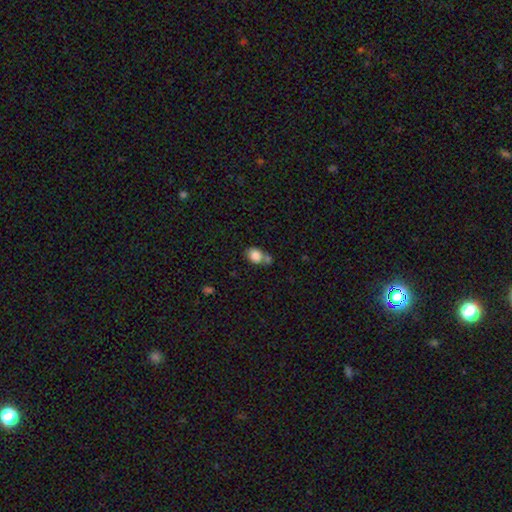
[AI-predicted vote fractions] Smooth or featured? smooth (85%)
How rounded? in between (59%)
Merging? none (44%)